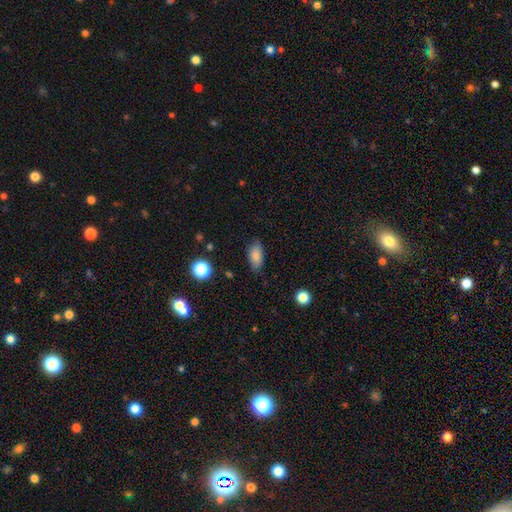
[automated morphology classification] Smooth or featured? smooth (83%)
How rounded? in between (89%)
Merging? none (80%)